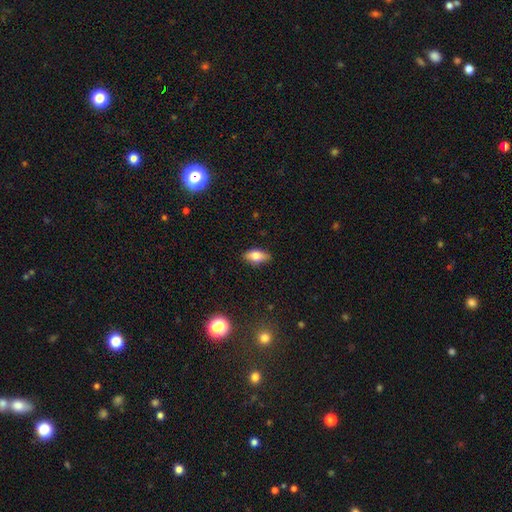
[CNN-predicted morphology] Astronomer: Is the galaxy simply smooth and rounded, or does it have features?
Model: smooth — 73%.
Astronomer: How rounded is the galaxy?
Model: in between — 85%.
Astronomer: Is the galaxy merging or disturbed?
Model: none — 84%.